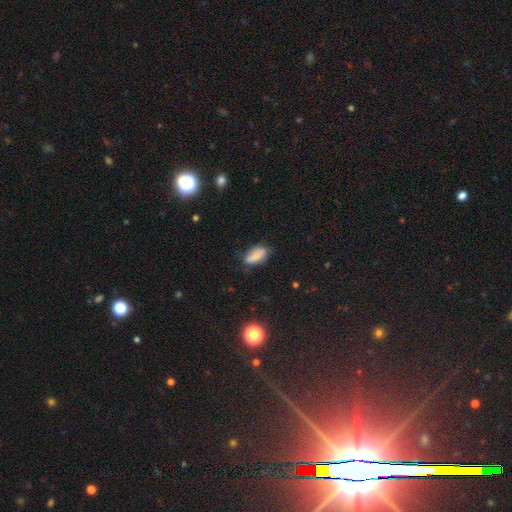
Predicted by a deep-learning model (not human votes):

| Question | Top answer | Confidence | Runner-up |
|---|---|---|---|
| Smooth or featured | smooth | 75% | featured or disk (16%) |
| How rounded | in between | 86% | cigar-shaped (10%) |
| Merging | none | 59% | minor disturbance (28%) |